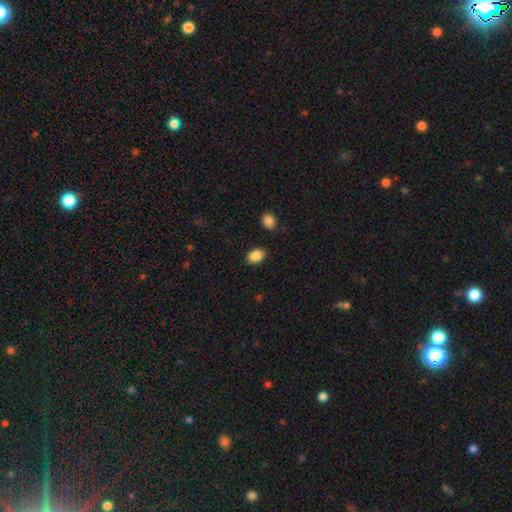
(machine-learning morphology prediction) Smooth or featured?
  - smooth: 88% *
  - star or artifact: 8%
  - featured or disk: 4%
How rounded?
  - in between: 79% *
  - round: 20%
  - cigar-shaped: 1%
Merging?
  - none: 86% *
  - minor disturbance: 9%
  - major disturbance: 3%
  - merger: 2%